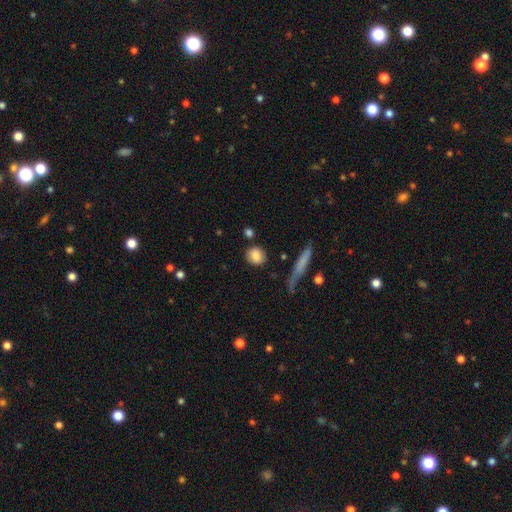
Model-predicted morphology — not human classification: Q: Smooth or featured?
A: smooth (84%); runner-up: featured or disk (9%)
Q: How rounded?
A: round (70%); runner-up: in between (27%)
Q: Merging?
A: none (82%); runner-up: minor disturbance (10%)